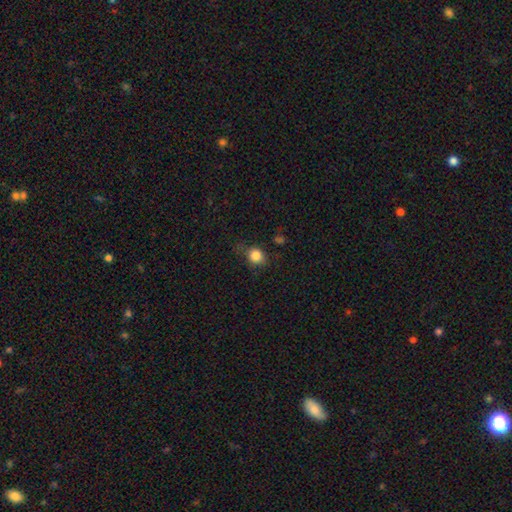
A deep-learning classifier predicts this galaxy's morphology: Smooth or featured?
  - smooth: 83% *
  - star or artifact: 11%
  - featured or disk: 6%
How rounded?
  - round: 74% *
  - in between: 24%
  - cigar-shaped: 1%
Merging?
  - none: 69% *
  - minor disturbance: 21%
  - major disturbance: 8%
  - merger: 2%